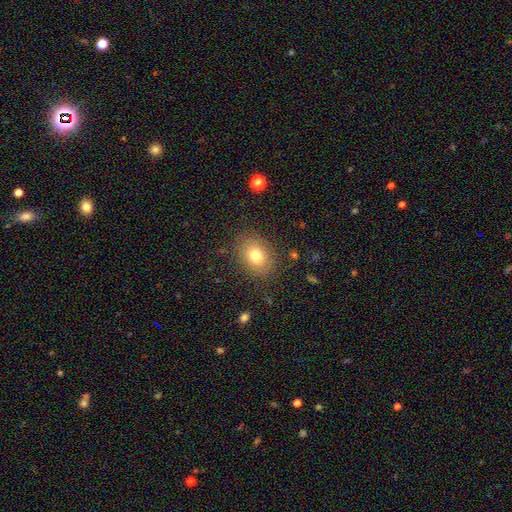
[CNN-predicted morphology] Q: Smooth or featured?
A: smooth (77%); runner-up: featured or disk (13%)
Q: How rounded?
A: in between (65%); runner-up: round (34%)
Q: Merging?
A: none (84%); runner-up: minor disturbance (11%)